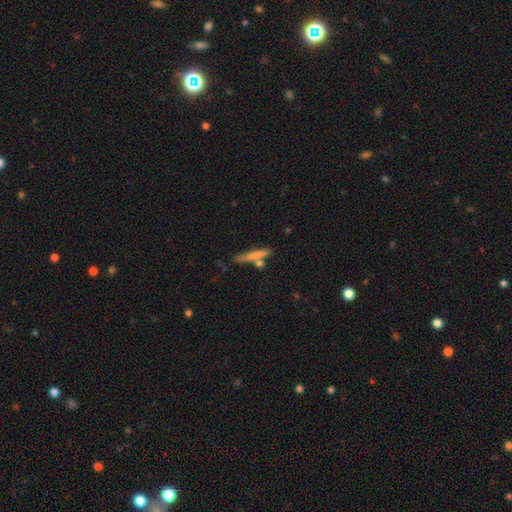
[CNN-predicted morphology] A smooth galaxy with no disk features (69%) that is cigar-shaped (91%). Merging: none (64%).